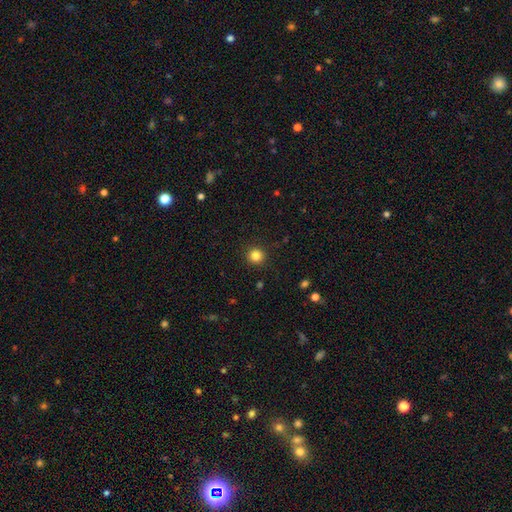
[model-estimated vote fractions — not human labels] A smooth galaxy with no disk features (84%) that is round (94%). Merging: none (92%).